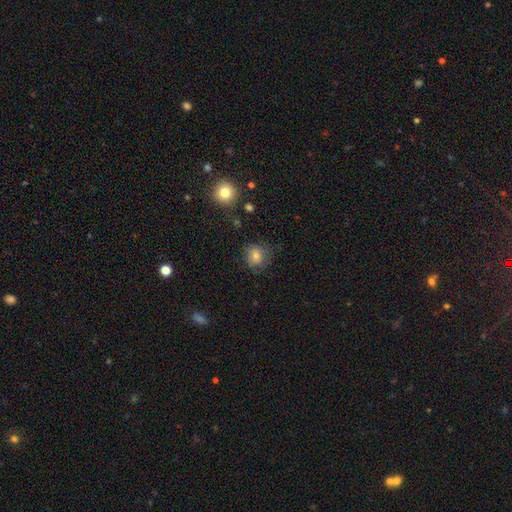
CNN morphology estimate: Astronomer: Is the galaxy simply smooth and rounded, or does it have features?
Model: smooth — 73%.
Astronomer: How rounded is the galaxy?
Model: round — 83%.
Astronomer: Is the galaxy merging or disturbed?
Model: none — 72%.